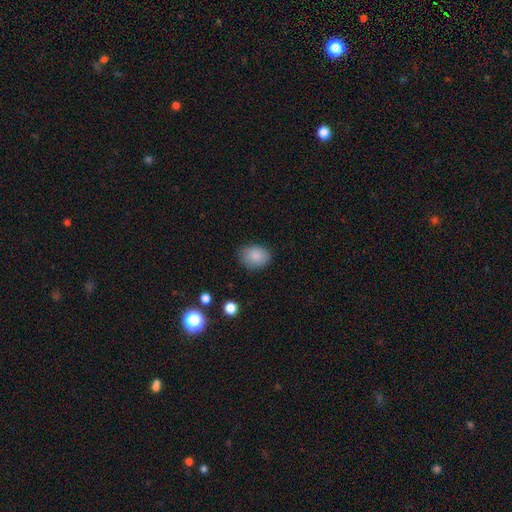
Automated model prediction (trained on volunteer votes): This appears to be a smooth galaxy with no disk features (85%) that is in between round and cigar-shaped (60%). Merging: none (81%).